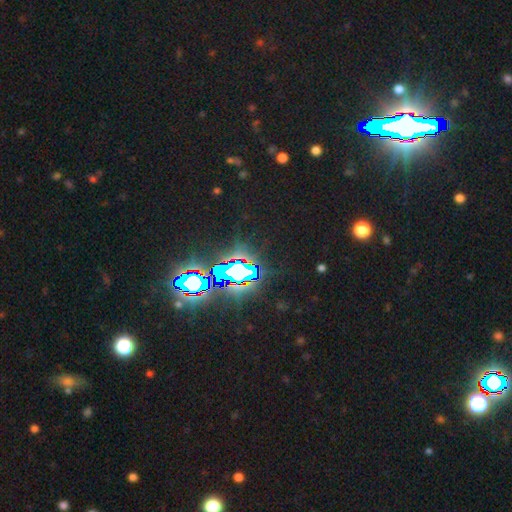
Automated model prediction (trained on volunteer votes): This appears to be a star or artifact, not a galaxy (83%).